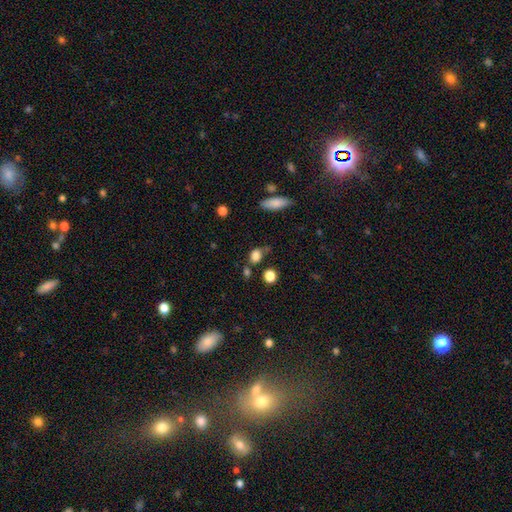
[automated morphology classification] Q: Smooth or featured?
A: smooth (82%); runner-up: star or artifact (12%)
Q: How rounded?
A: in between (54%); runner-up: round (44%)
Q: Merging?
A: none (62%); runner-up: minor disturbance (20%)